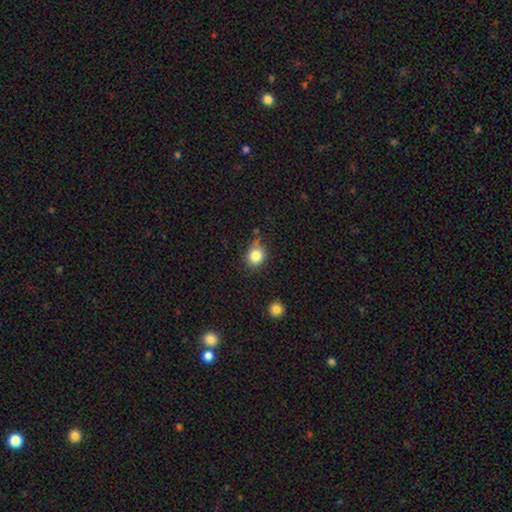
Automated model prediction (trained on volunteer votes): Smooth or featured? smooth (84%)
How rounded? round (77%)
Merging? none (70%)